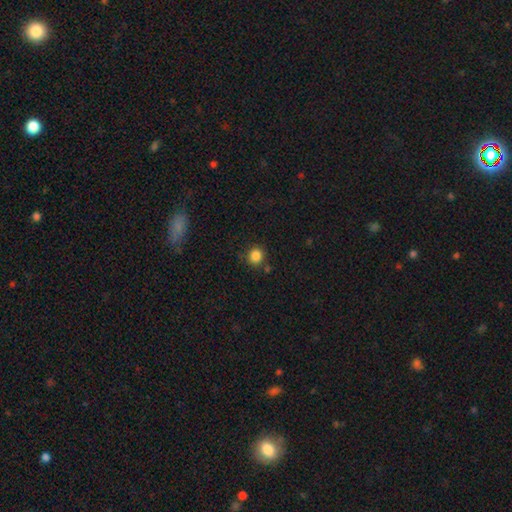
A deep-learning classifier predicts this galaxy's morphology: Q: Smooth or featured?
A: smooth (85%); runner-up: star or artifact (11%)
Q: How rounded?
A: round (85%); runner-up: in between (14%)
Q: Merging?
A: none (82%); runner-up: minor disturbance (10%)